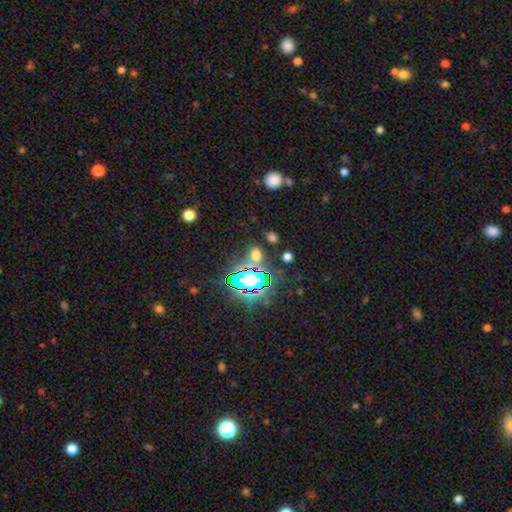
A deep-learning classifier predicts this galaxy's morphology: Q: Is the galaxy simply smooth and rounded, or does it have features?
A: smooth — 51%.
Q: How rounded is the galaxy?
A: in between — 54%.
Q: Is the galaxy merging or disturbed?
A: none — 76%.